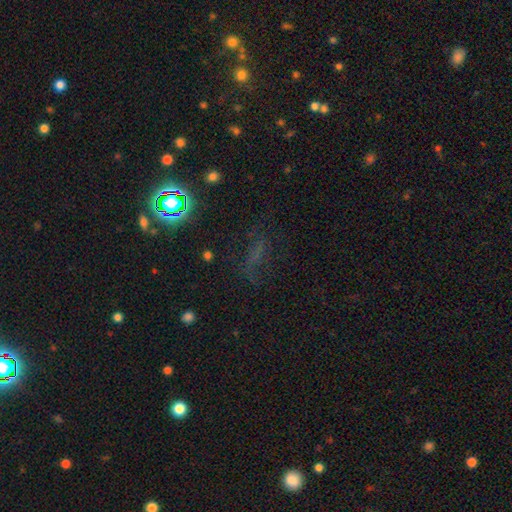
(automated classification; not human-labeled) The model was most divided on "smooth or featured": star or artifact: 48%, smooth: 31%, featured or disk: 21%.